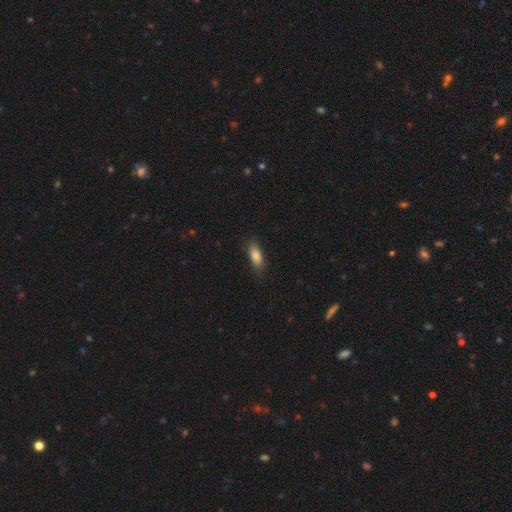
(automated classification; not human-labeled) Overall: smooth (83%). How rounded: in between (71%). Merging: none (84%).